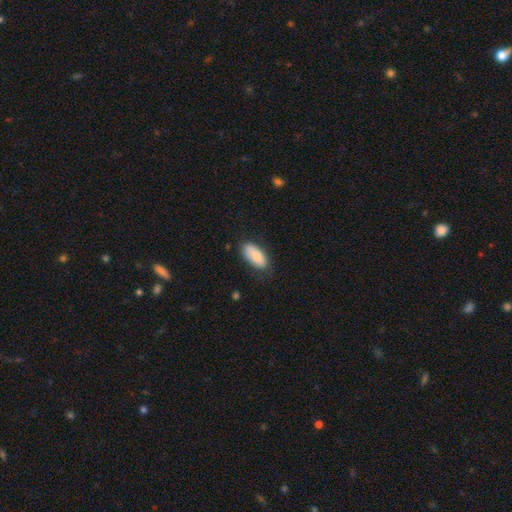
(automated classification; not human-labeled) Morphology: type=smooth (85%); roundness=in between (88%); merging=none (68%).